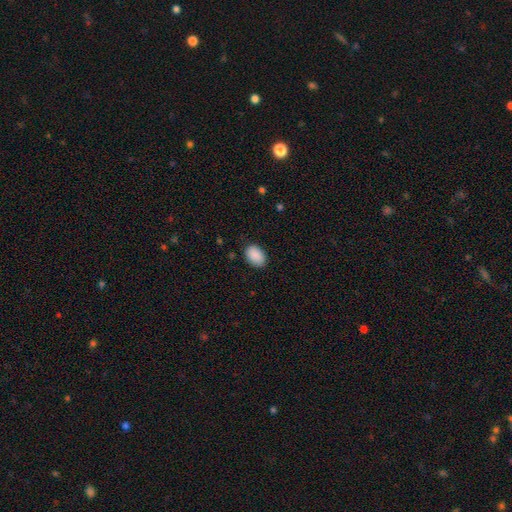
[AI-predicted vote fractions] Smooth or featured: smooth — 90% (star or artifact — 7%)
How rounded: in between — 85% (round — 14%)
Merging: none — 84% (minor disturbance — 12%)